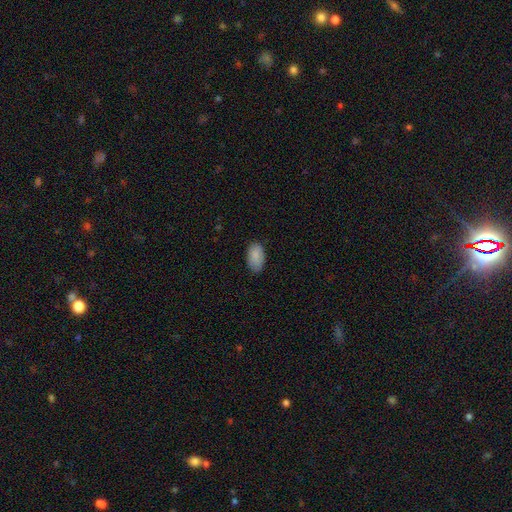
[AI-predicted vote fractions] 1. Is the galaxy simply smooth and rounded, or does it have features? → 87% smooth, 7% featured or disk, 7% star or artifact.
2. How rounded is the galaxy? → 94% in between, 4% round, 1% cigar-shaped.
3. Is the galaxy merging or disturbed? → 80% none, 16% minor disturbance, 3% major disturbance, 1% merger.